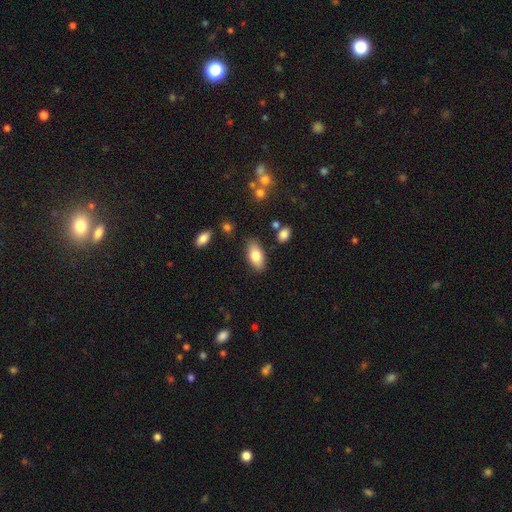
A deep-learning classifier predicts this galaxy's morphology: smooth-or-featured: smooth: 80% | featured or disk: 13% | star or artifact: 7%
  how-rounded: in between: 89% | cigar-shaped: 8% | round: 3%
  merging: none: 84% | minor disturbance: 11% | major disturbance: 3% | merger: 3%